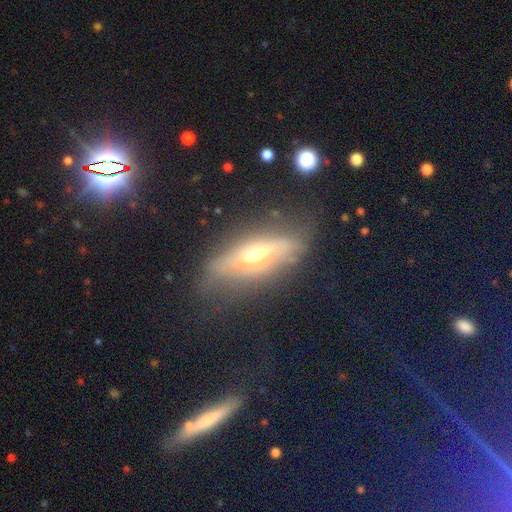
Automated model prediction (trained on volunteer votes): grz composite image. It shows a featured or disk galaxy (58%) viewed edge-on (70%). Merging: none (68%).